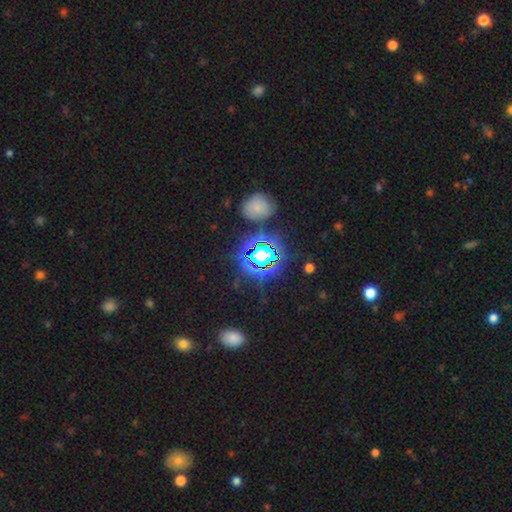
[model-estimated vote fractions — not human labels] Smooth or featured? Predicted: star or artifact (p=0.77).